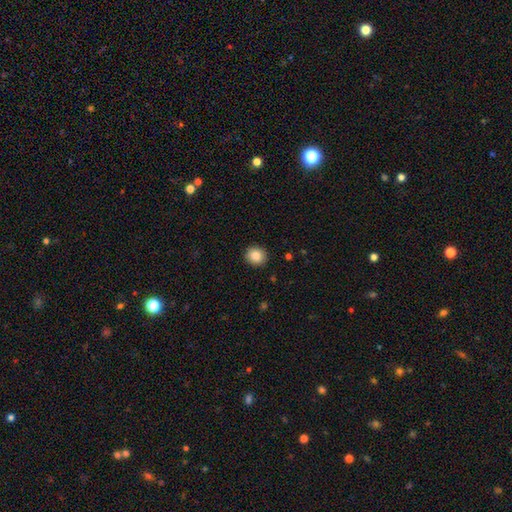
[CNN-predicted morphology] smooth 86%, star or artifact 9%, featured or disk 6%. Down the decision tree: how rounded — round (84%); merging — none (92%).